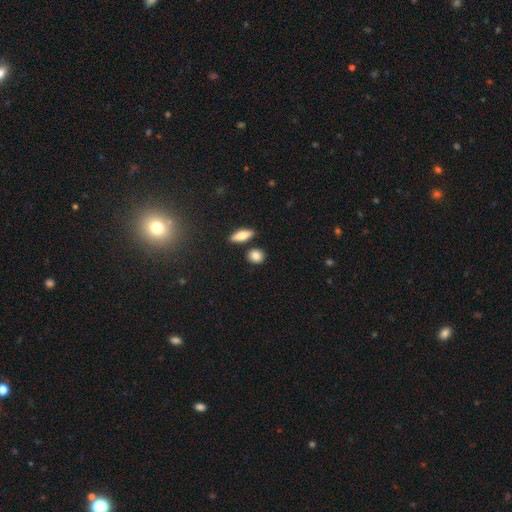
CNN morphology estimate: This is clearly a smooth galaxy (85%). How rounded: likely round (63%). Merging: clearly none (81%).